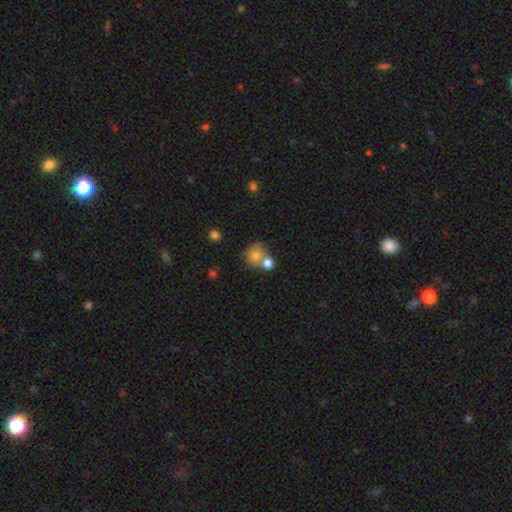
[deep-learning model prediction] This appears to be a smooth galaxy with no disk features (76%) that is round (82%). Merging: none (47%).